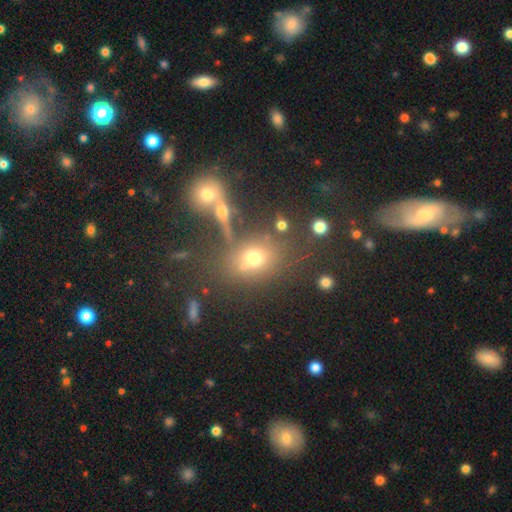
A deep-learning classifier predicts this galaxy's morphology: Q: Smooth or featured?
A: smooth (59%); runner-up: star or artifact (25%)
Q: How rounded?
A: in between (54%); runner-up: round (43%)
Q: Merging?
A: none (59%); runner-up: merger (18%)